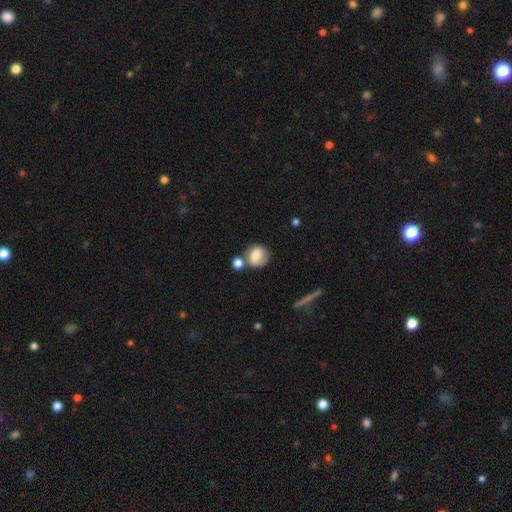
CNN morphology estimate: type=smooth (72%); roundness=round (82%); merging=none (55%).